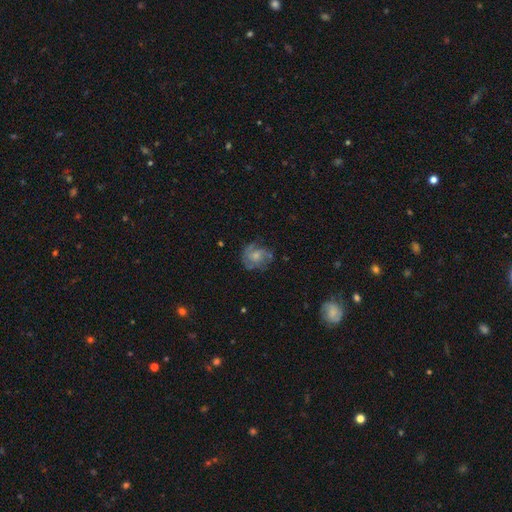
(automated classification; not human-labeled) The model was most divided on "bulge size": small: 48%, moderate: 38%, none: 10%, large: 3%, dominant: 1%. More confident: edge-on disk — no (98%); bar — no (77%); spiral arms — yes (71%); merging — none (61%); smooth or featured — featured or disk (57%).